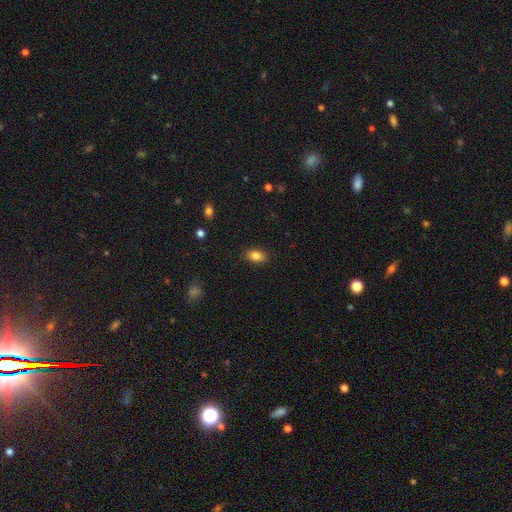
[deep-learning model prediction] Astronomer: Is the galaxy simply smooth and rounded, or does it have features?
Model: smooth — 85%.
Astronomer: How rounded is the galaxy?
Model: in between — 87%.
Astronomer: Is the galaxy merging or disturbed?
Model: none — 88%.